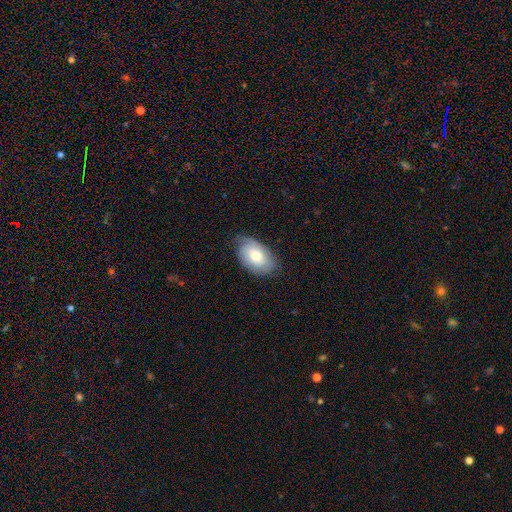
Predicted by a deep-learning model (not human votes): This appears to be a smooth galaxy with no disk features (63%) that is in between round and cigar-shaped (92%). Merging: none (74%).